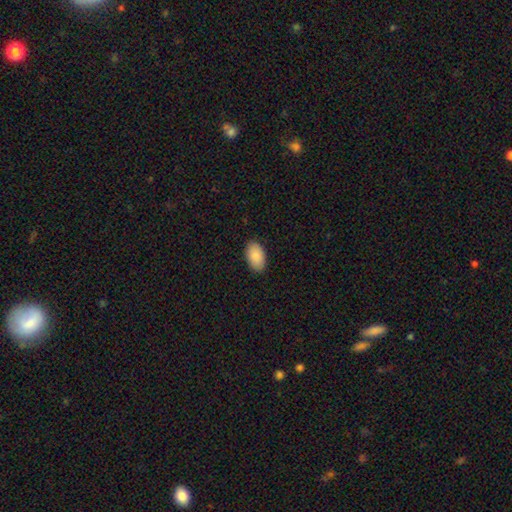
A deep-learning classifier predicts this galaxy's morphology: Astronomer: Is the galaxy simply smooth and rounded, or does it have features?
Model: smooth — 90%.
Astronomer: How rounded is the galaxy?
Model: in between — 95%.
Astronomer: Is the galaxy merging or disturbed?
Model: none — 89%.